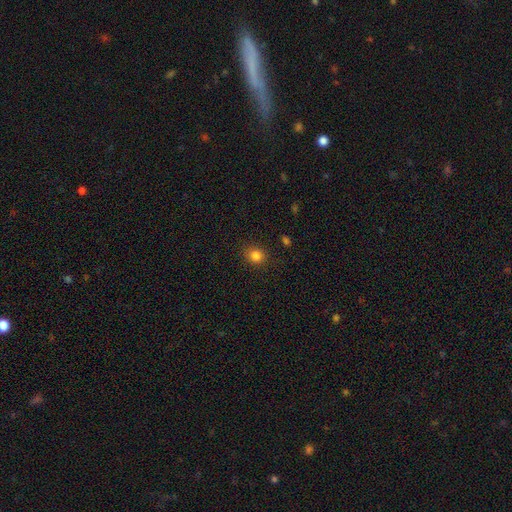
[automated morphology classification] smooth 83%, star or artifact 12%, featured or disk 5%. Down the decision tree: how rounded — round (77%); merging — none (87%).